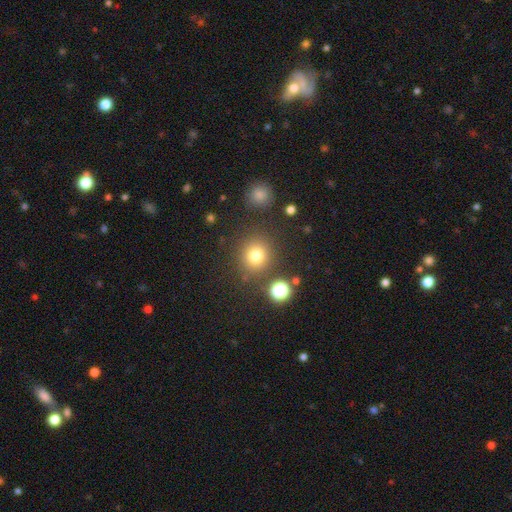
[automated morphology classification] This appears to be a smooth galaxy with no disk features (77%) that is round (88%). Merging: none (83%).